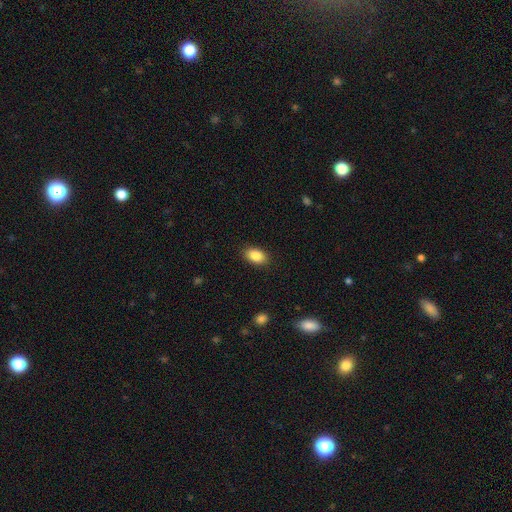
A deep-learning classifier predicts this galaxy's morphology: smooth-or-featured: smooth: 87% | star or artifact: 8% | featured or disk: 5%
  how-rounded: in between: 89% | round: 10% | cigar-shaped: 2%
  merging: none: 89% | minor disturbance: 8% | major disturbance: 2% | merger: 1%